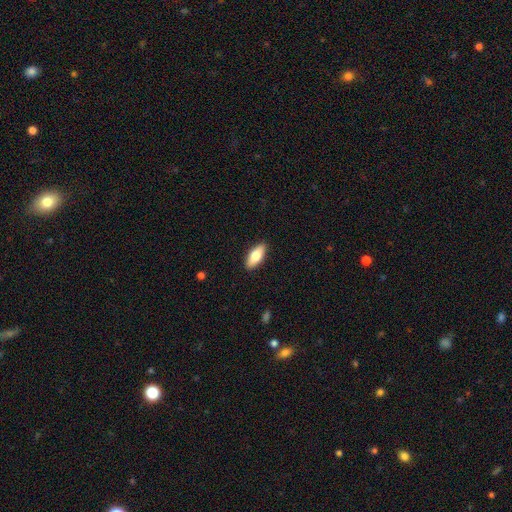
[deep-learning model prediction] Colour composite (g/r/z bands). It shows a smooth galaxy with no disk features (75%) that is in between round and cigar-shaped (80%). Merging: none (90%).